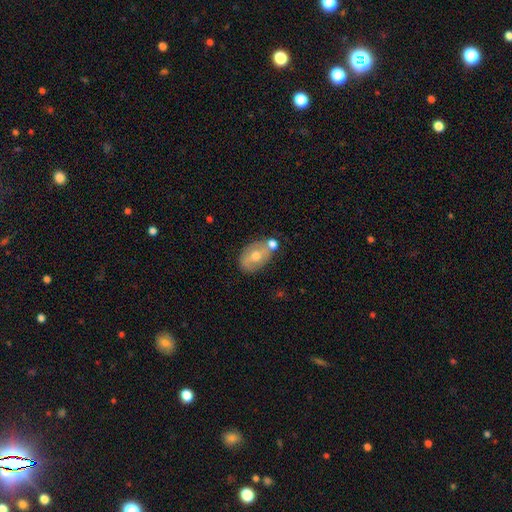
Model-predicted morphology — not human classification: Q: Smooth or featured?
A: smooth (49%); runner-up: featured or disk (42%)
Q: Merging?
A: none (55%); runner-up: merger (22%)